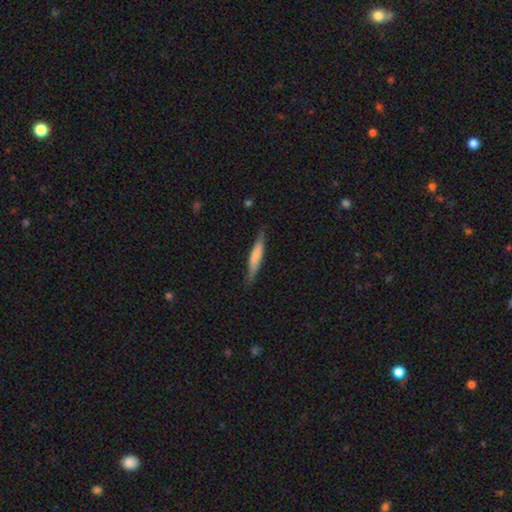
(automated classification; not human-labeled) This is likely a smooth galaxy (65%). How rounded: clearly cigar-shaped (89%). Merging: clearly none (80%).